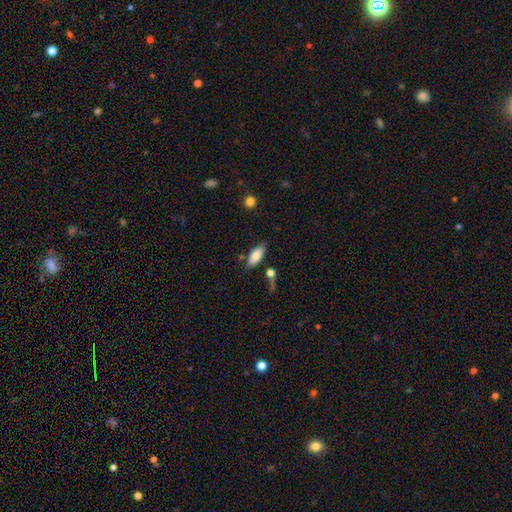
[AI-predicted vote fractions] This is likely a smooth galaxy (77%). How rounded: clearly in between (80%). Merging: likely none (75%).